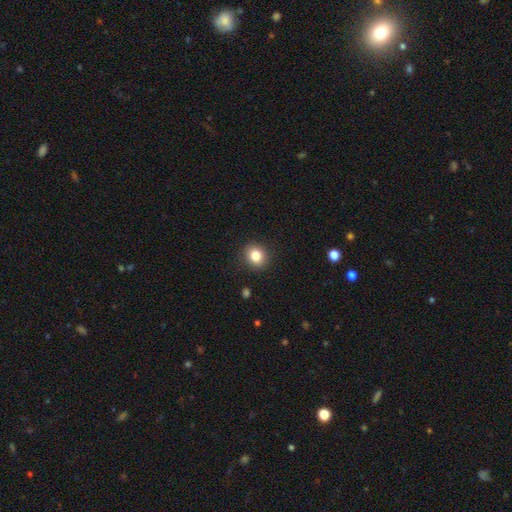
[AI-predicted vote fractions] Overall: smooth (83%). How rounded: round (72%). Merging: none (90%).